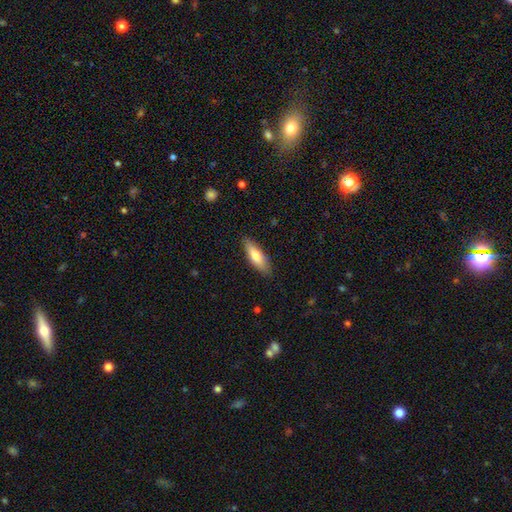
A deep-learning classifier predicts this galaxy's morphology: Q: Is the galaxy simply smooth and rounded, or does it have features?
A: smooth — 72%.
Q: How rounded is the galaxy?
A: in between — 52%.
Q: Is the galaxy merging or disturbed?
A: none — 86%.